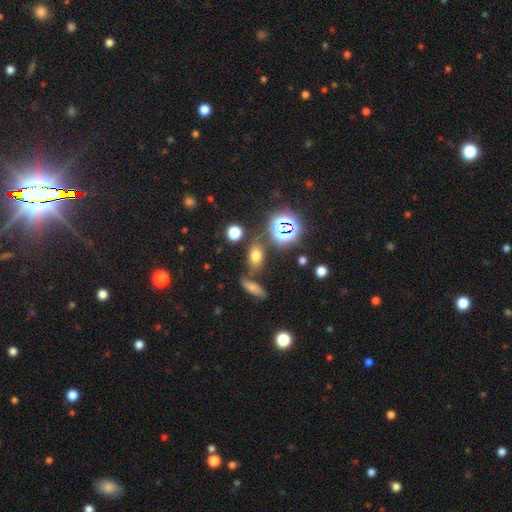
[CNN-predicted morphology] A smooth galaxy with no disk features (63%) that is in between round and cigar-shaped (79%).

Vote fractions:
- Smooth or featured? smooth: 63% / star or artifact: 26% / featured or disk: 12%
- How rounded? in between: 79% / round: 15% / cigar-shaped: 6%
- Merging? none: 73% / merger: 12% / minor disturbance: 11% / major disturbance: 4%